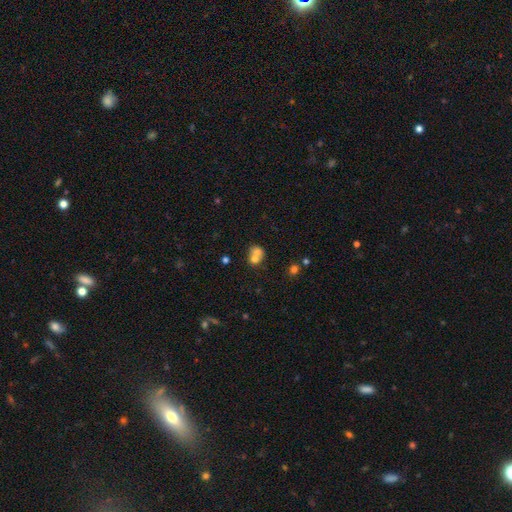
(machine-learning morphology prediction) smooth_or_featured: smooth (p=0.68) [alt: featured or disk p=0.21]
how_rounded: round (p=0.70) [alt: in between p=0.29]
merging: merger (p=0.64) [alt: none p=0.27]